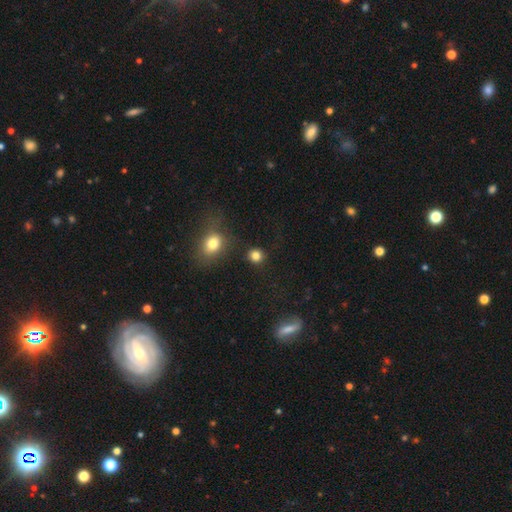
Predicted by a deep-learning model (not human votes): Smooth or featured?
  - smooth: 83% *
  - star or artifact: 12%
  - featured or disk: 5%
How rounded?
  - round: 86% *
  - in between: 13%
  - cigar-shaped: 1%
Merging?
  - none: 83% *
  - minor disturbance: 8%
  - merger: 5%
  - major disturbance: 3%